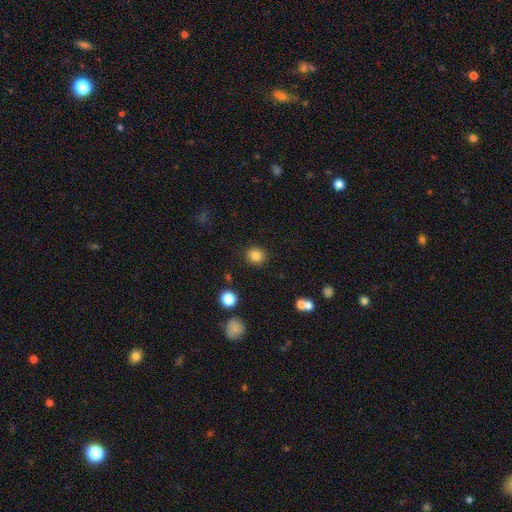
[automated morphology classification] Overall: smooth (84%). How rounded: round (87%). Merging: none (89%).